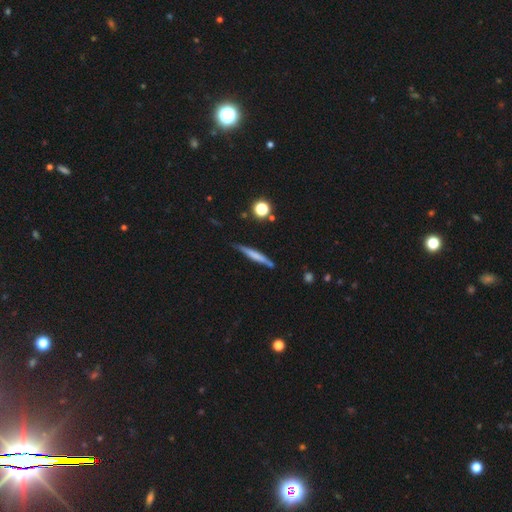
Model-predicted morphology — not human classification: This appears to be a smooth galaxy with no disk features (52%) that is cigar-shaped (93%). Merging: none (78%).